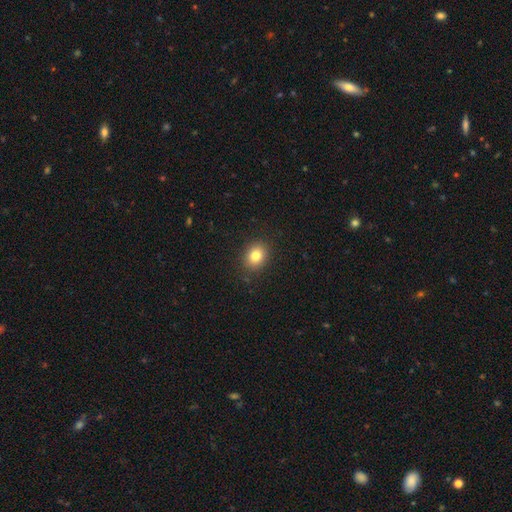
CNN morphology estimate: Smooth or featured? smooth (80%)
How rounded? round (59%)
Merging? none (89%)